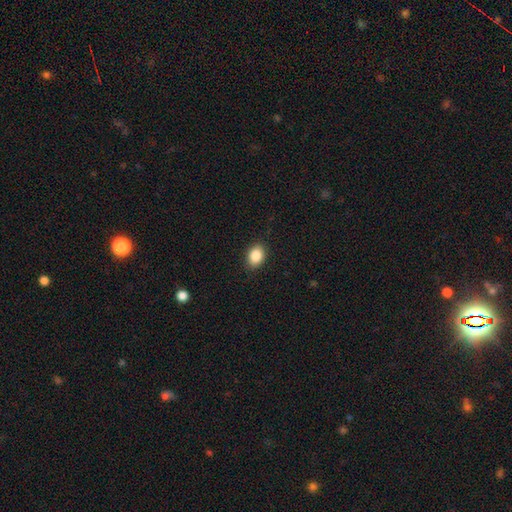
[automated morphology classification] Smooth or featured? smooth (87%)
How rounded? in between (75%)
Merging? none (89%)